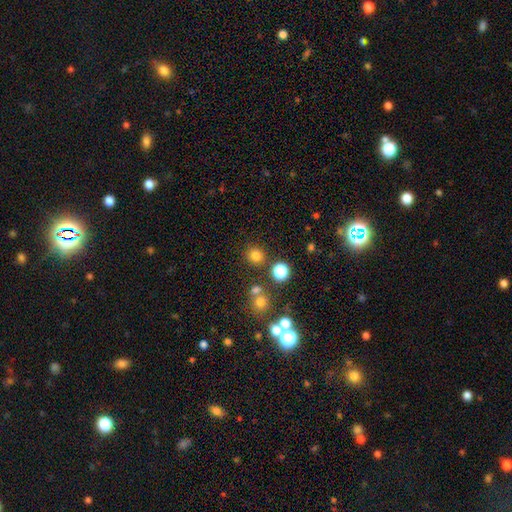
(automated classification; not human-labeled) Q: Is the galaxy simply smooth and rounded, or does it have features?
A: smooth — 77%.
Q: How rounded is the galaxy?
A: round — 89%.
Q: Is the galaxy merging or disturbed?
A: none — 84%.